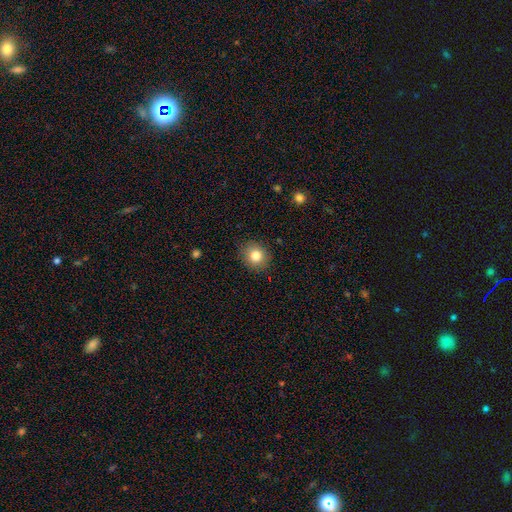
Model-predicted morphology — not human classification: This appears to be a smooth galaxy with no disk features (82%) that is round (76%). Merging: none (88%).